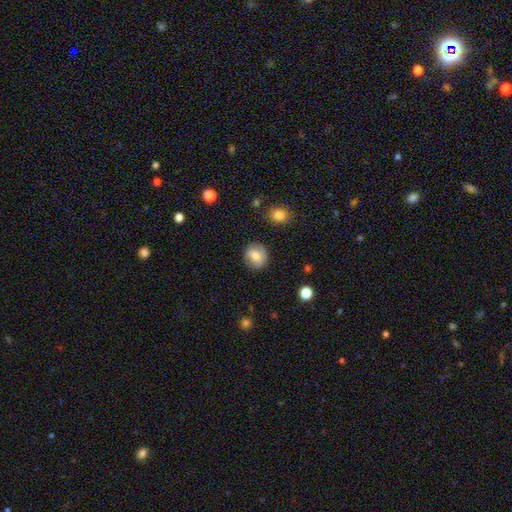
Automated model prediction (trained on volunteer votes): smooth_or_featured: smooth (p=0.69) [alt: featured or disk p=0.23]
how_rounded: round (p=0.80) [alt: in between p=0.19]
merging: none (p=0.84) [alt: minor disturbance p=0.11]